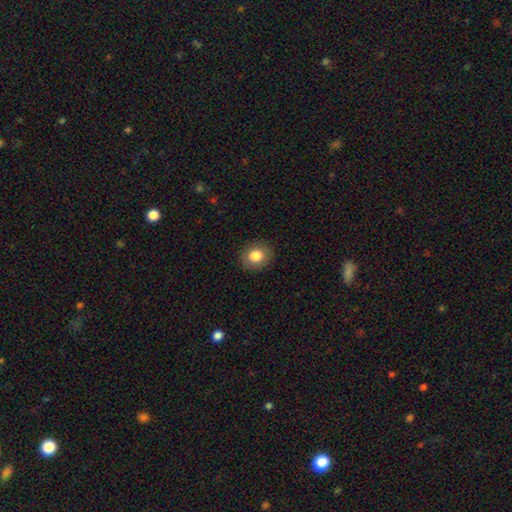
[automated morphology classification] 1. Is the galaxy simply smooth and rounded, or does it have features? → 82% smooth, 10% featured or disk, 9% star or artifact.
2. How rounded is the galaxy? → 70% round, 29% in between, 1% cigar-shaped.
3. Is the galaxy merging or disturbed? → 89% none, 8% minor disturbance, 2% major disturbance, 1% merger.